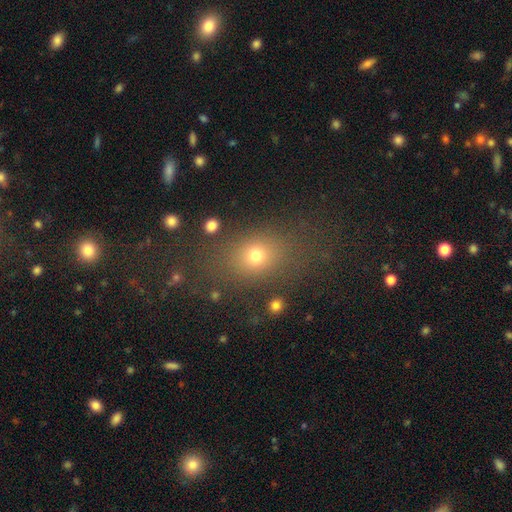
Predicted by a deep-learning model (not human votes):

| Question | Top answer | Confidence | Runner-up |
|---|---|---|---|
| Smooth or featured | smooth | 70% | star or artifact (19%) |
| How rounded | in between | 54% | round (43%) |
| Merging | none | 74% | minor disturbance (13%) |